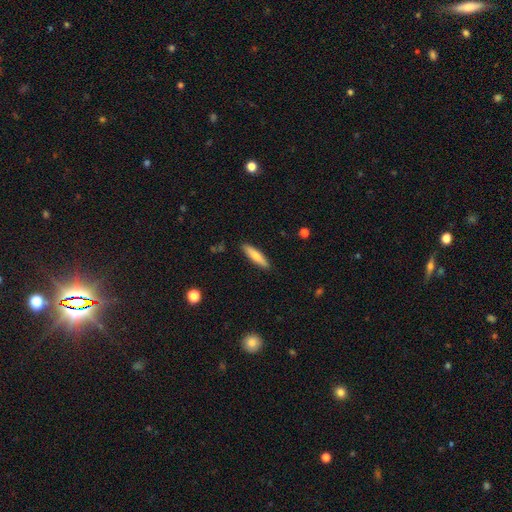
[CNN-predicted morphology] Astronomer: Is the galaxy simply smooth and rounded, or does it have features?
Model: smooth — 70%.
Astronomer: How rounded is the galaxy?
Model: cigar-shaped — 81%.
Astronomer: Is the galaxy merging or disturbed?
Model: none — 89%.